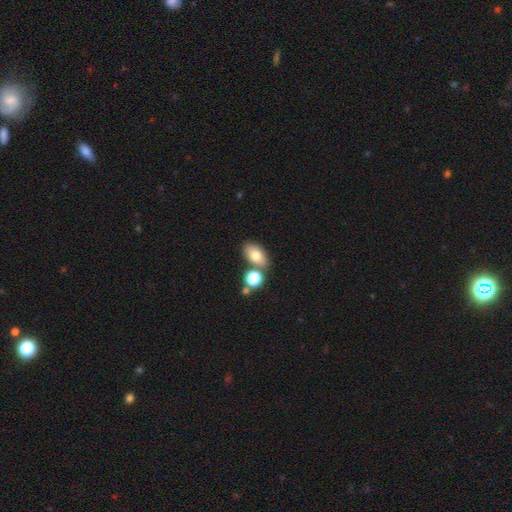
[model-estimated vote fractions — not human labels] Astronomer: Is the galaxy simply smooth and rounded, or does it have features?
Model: smooth — 76%.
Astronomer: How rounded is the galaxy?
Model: in between — 86%.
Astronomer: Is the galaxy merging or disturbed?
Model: none — 66%.